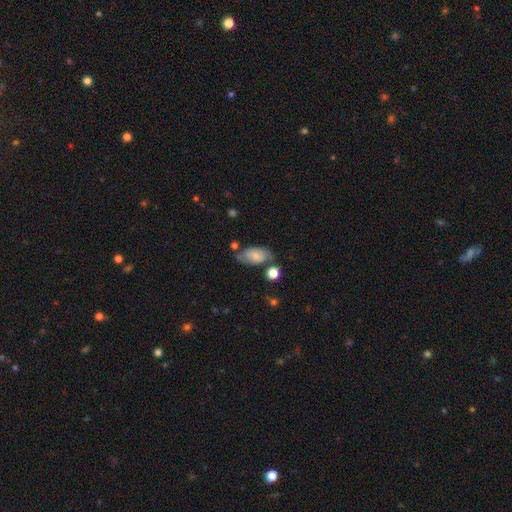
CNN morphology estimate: This is likely a smooth galaxy (72%). How rounded: clearly in between (92%). Merging: possibly none (57%).